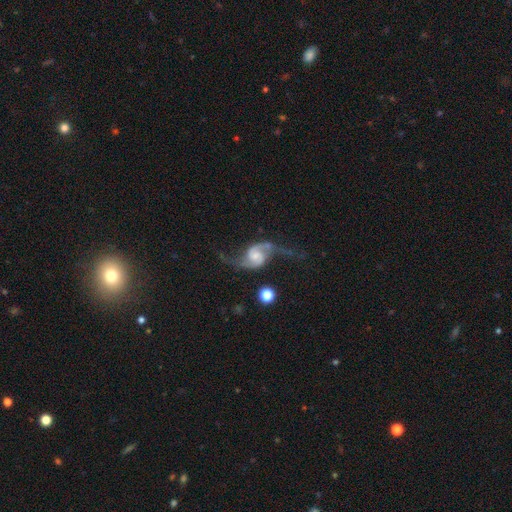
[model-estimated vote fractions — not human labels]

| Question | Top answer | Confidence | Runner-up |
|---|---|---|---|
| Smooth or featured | featured or disk | 90% | star or artifact (5%) |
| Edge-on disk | no | 98% | yes (2%) |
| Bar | no | 53% | weak (38%) |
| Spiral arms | yes | 98% | no (2%) |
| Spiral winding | loose | 70% | medium (25%) |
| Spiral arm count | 2 | 94% | can't tell (1%) |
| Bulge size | small | 42% | moderate (35%) |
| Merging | none | 64% | minor disturbance (17%) |